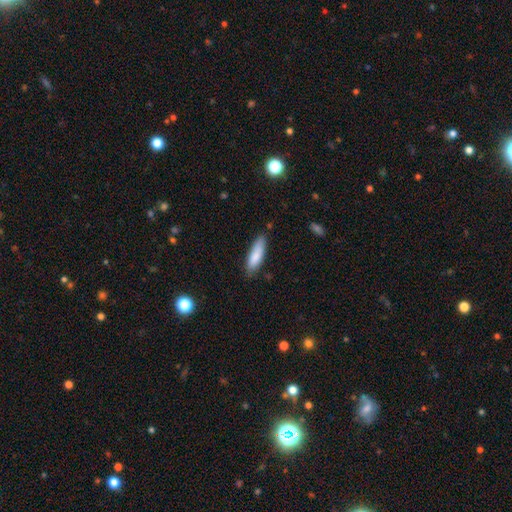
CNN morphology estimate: The model was most divided on "how rounded": cigar-shaped: 52%, in between: 47%, round: 1%. More confident: smooth or featured — smooth (84%); merging — none (80%).